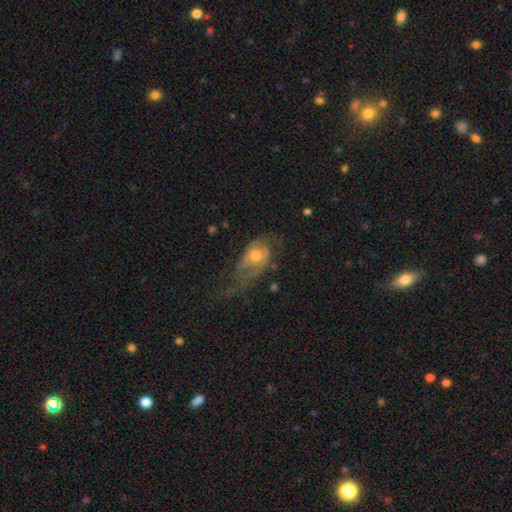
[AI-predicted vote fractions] smooth_or_featured: featured or disk (p=0.66) [alt: smooth p=0.27]
disk_edge_on: no (p=0.93) [alt: yes p=0.07]
bar: no (p=0.79) [alt: weak p=0.17]
has_spiral_arms: yes (p=0.75) [alt: no p=0.25]
bulge_size: moderate (p=0.71) [alt: small p=0.20]
merging: major disturbance (p=0.44) [alt: none p=0.29]